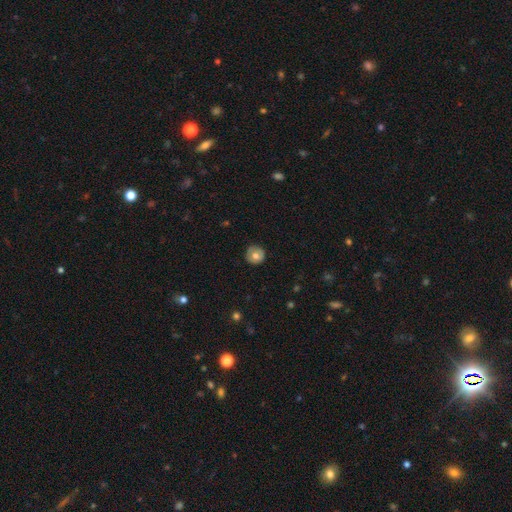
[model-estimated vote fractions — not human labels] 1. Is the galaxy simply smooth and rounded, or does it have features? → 68% smooth, 24% featured or disk, 8% star or artifact.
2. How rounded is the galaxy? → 93% round, 6% in between, 1% cigar-shaped.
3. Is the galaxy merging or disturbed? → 84% none, 12% minor disturbance, 2% major disturbance, 1% merger.